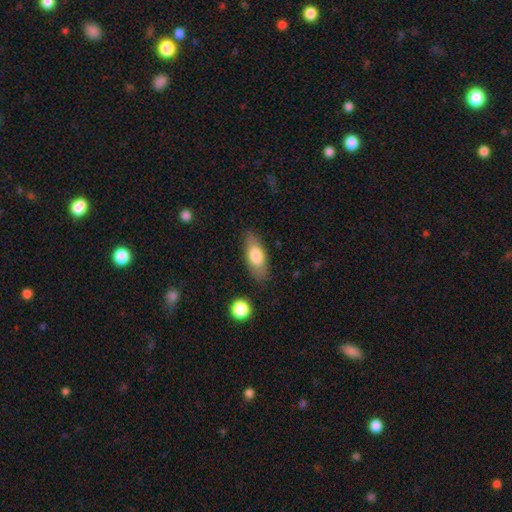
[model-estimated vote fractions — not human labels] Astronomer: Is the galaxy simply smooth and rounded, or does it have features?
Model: smooth — 74%.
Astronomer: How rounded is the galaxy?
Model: in between — 80%.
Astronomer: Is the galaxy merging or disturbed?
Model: none — 82%.